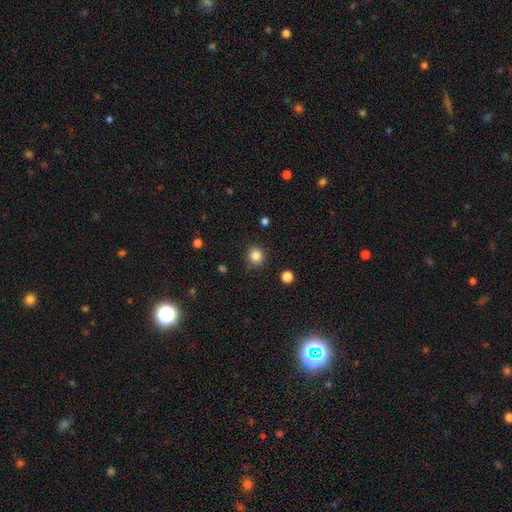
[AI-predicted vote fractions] A smooth galaxy with no disk features (84%) that is round (91%).

Vote fractions:
- Smooth or featured? smooth: 84% / star or artifact: 11% / featured or disk: 4%
- How rounded? round: 91% / in between: 8% / cigar-shaped: 1%
- Merging? none: 88% / minor disturbance: 8% / major disturbance: 2% / merger: 2%